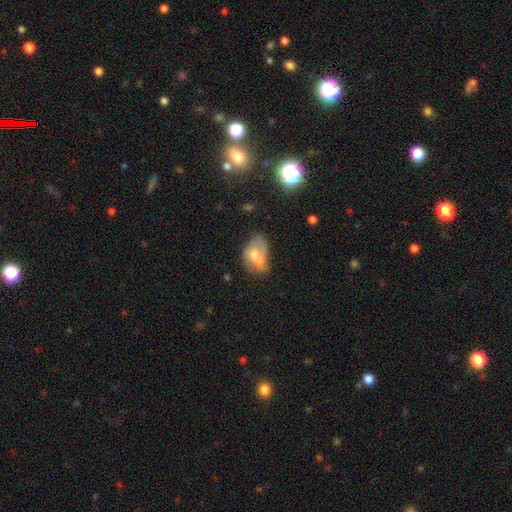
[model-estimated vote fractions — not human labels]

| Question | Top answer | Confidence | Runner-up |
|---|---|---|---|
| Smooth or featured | smooth | 54% | featured or disk (37%) |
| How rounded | in between | 83% | round (16%) |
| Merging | merger | 32% | none (26%) |